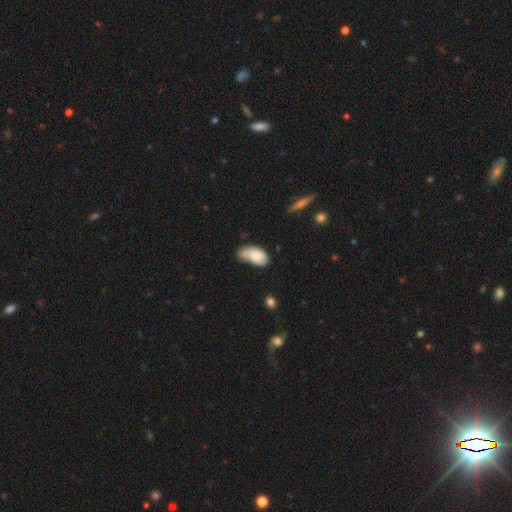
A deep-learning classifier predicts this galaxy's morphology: This is likely a smooth galaxy (80%). How rounded: clearly in between (94%). Merging: possibly minor disturbance (46%).